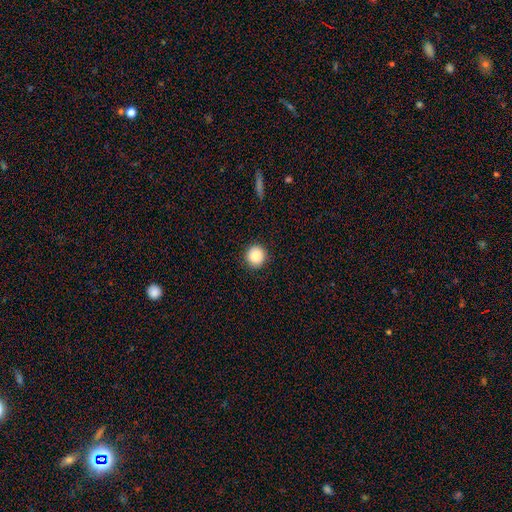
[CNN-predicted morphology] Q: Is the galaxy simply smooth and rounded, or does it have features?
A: smooth — 85%.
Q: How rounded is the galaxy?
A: round — 92%.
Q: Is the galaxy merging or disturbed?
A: none — 91%.